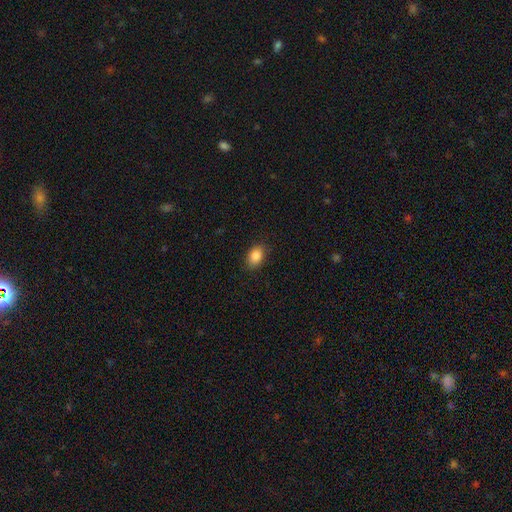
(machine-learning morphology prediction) Smooth or featured? smooth (86%)
How rounded? in between (83%)
Merging? none (86%)